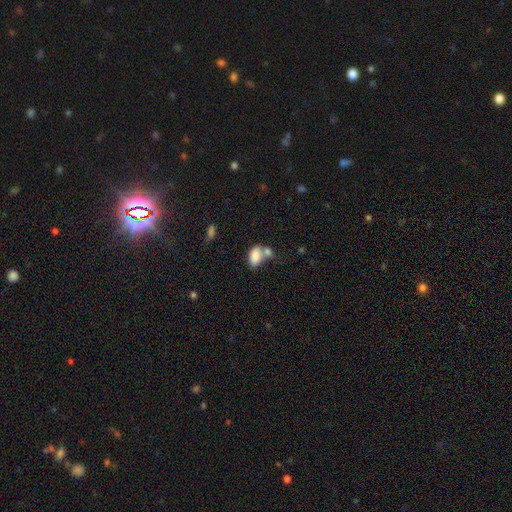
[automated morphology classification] Q: Smooth or featured?
A: smooth (84%); runner-up: featured or disk (9%)
Q: How rounded?
A: in between (91%); runner-up: round (7%)
Q: Merging?
A: merger (47%); runner-up: none (33%)